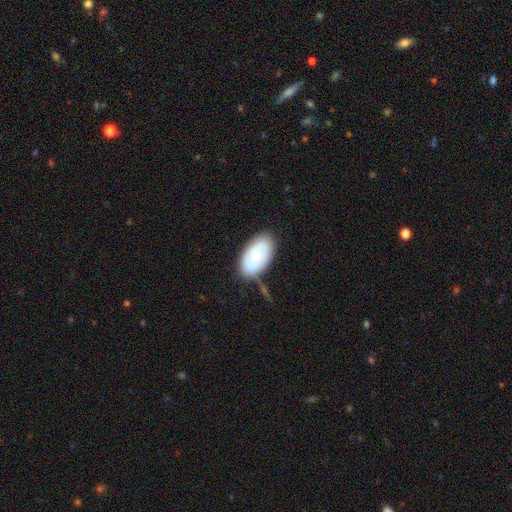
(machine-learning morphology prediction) The model was most divided on "smooth or featured": smooth: 65%, featured or disk: 28%, star or artifact: 7%. More confident: how rounded — in between (95%); merging — none (70%).